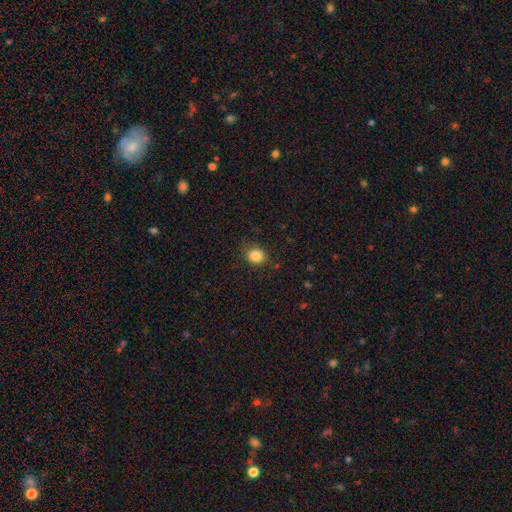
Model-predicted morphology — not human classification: Q: Smooth or featured?
A: smooth (85%); runner-up: star or artifact (10%)
Q: How rounded?
A: round (67%); runner-up: in between (33%)
Q: Merging?
A: none (77%); runner-up: minor disturbance (16%)